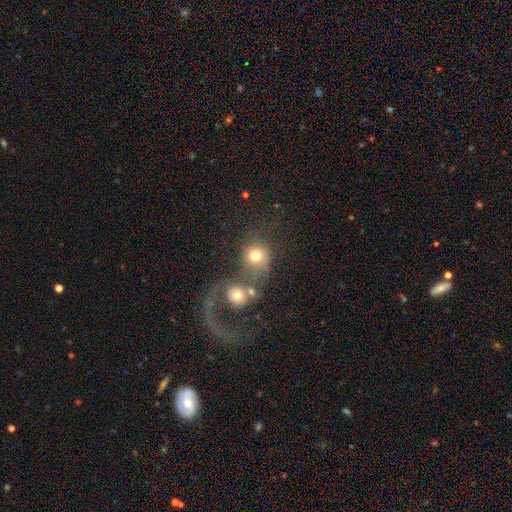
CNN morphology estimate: Q: Smooth or featured?
A: smooth (71%); runner-up: featured or disk (16%)
Q: How rounded?
A: round (83%); runner-up: in between (16%)
Q: Merging?
A: merger (41%); runner-up: none (35%)